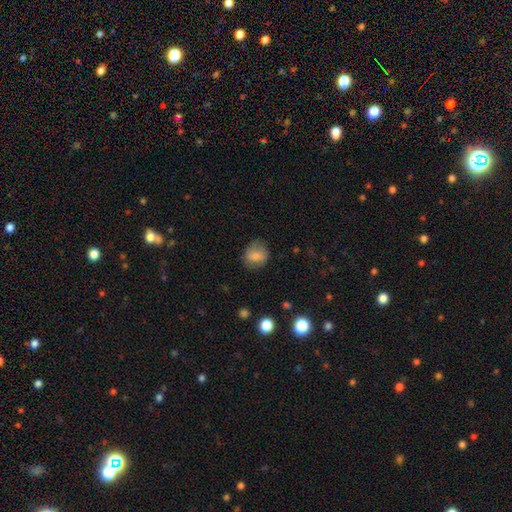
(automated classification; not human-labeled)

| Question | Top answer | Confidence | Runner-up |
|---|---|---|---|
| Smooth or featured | smooth | 78% | featured or disk (13%) |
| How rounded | round | 67% | in between (32%) |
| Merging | none | 71% | minor disturbance (21%) |